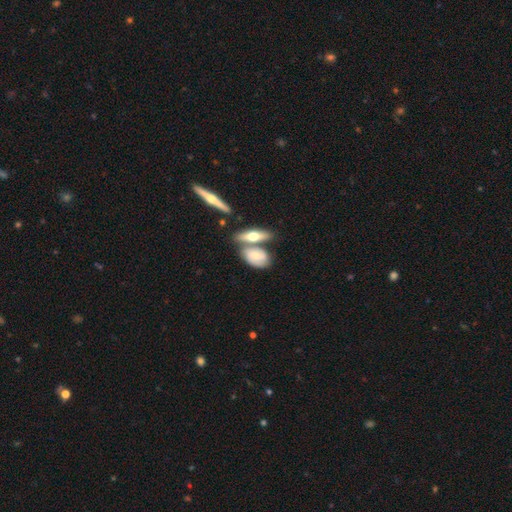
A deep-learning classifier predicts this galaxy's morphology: A smooth galaxy with no disk features (50%).

Vote fractions:
- Smooth or featured? smooth: 50% / featured or disk: 44% / star or artifact: 6%
- Merging? none: 46% / merger: 34% / minor disturbance: 16% / major disturbance: 5%